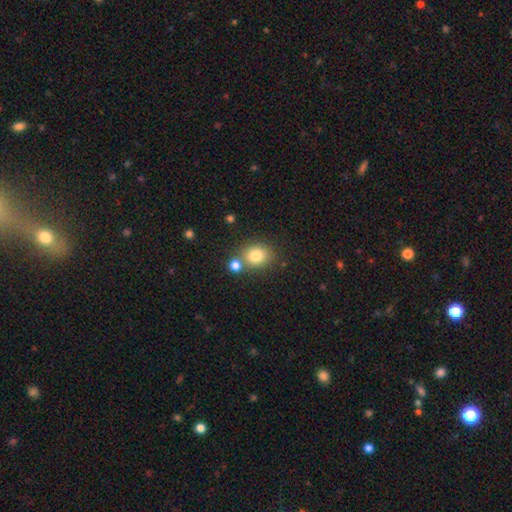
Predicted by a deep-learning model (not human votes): Overall: smooth (80%). How rounded: round (62%; in between 37%). Merging: none (65%).